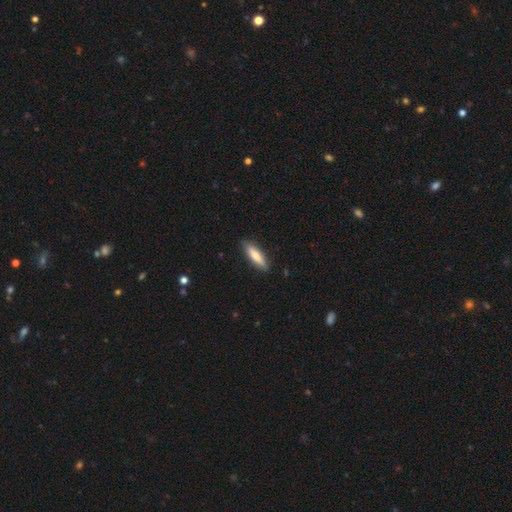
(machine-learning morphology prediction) Smooth or featured: smooth — 75% (featured or disk — 20%)
How rounded: cigar-shaped — 69% (in between — 30%)
Merging: none — 87% (minor disturbance — 10%)